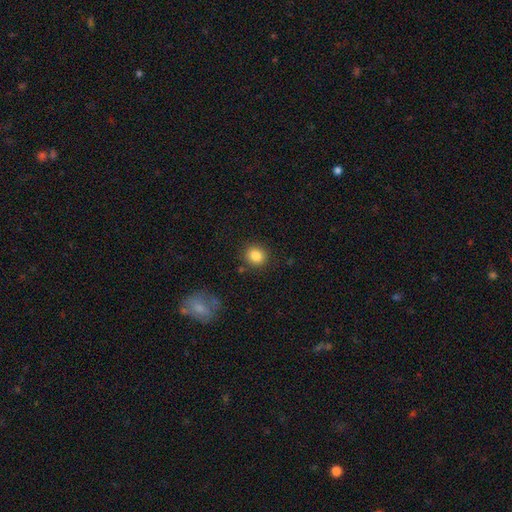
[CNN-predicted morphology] smooth_or_featured: smooth (p=0.84) [alt: star or artifact p=0.10]
how_rounded: round (p=0.85) [alt: in between p=0.14]
merging: none (p=0.87) [alt: minor disturbance p=0.08]